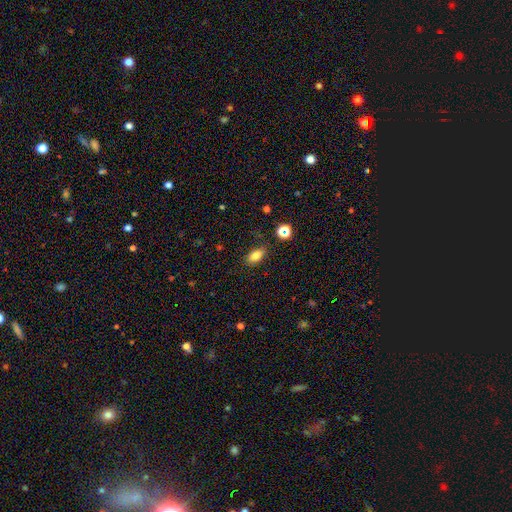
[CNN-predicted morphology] This is likely a smooth galaxy (79%). How rounded: clearly in between (84%). Merging: clearly none (82%).